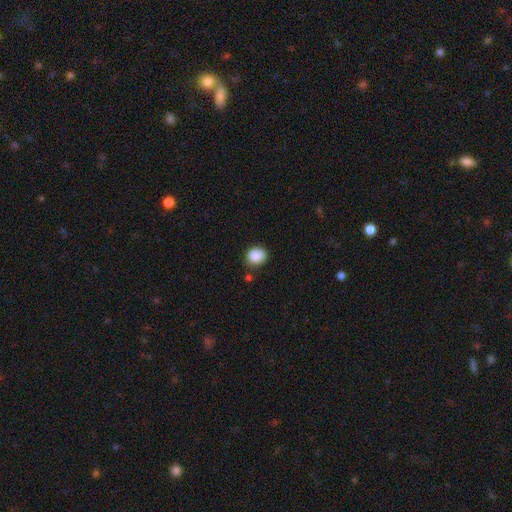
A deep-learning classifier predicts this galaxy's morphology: smooth-or-featured: smooth: 89% | star or artifact: 8% | featured or disk: 3%
  how-rounded: round: 72% | in between: 27% | cigar-shaped: 1%
  merging: none: 82% | minor disturbance: 12% | merger: 3% | major disturbance: 3%